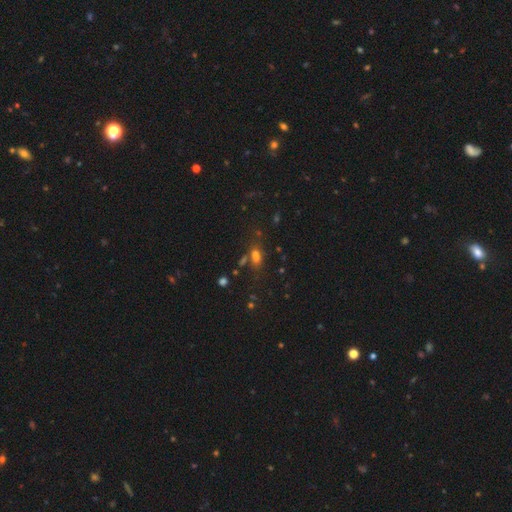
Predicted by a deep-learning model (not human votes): smooth_or_featured: smooth (p=0.64) [alt: star or artifact p=0.25]
how_rounded: in between (p=0.71) [alt: round p=0.16]
merging: none (p=0.55) [alt: merger p=0.23]